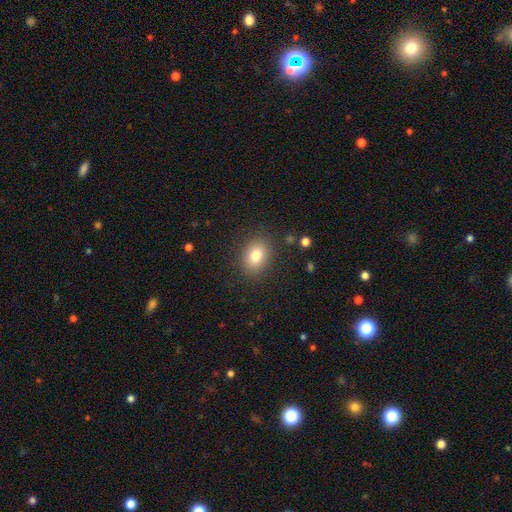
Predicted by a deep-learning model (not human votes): Smooth or featured? smooth (80%)
How rounded? in between (65%)
Merging? none (86%)